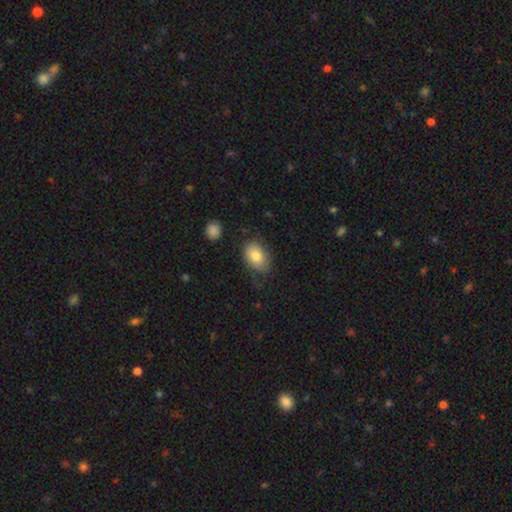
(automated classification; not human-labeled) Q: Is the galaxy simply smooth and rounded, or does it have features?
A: smooth — 80%.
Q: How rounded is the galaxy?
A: in between — 82%.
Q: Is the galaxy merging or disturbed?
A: none — 65%.